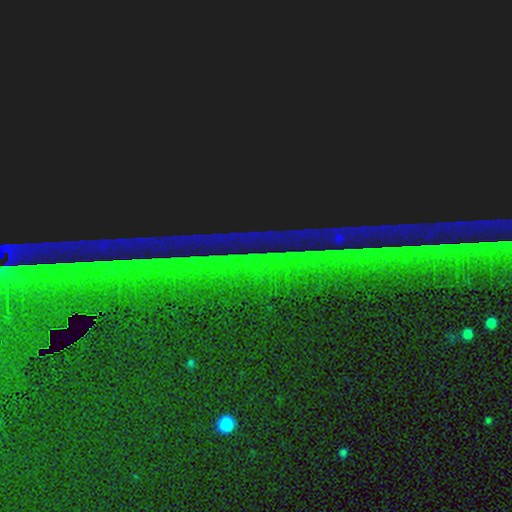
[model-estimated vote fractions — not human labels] A star or artifact, not a galaxy (90%).

Vote fractions:
- Smooth or featured? star or artifact: 90% / featured or disk: 6% / smooth: 5%